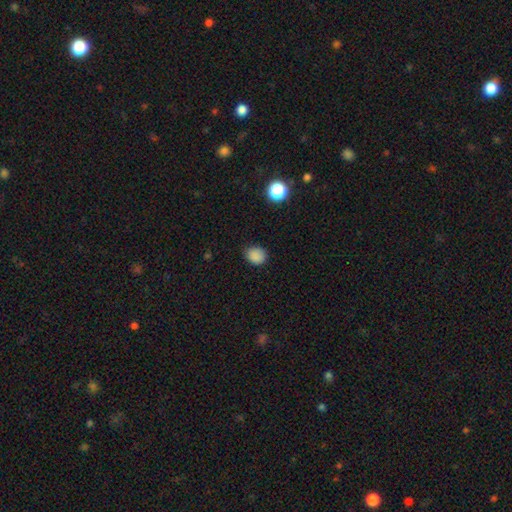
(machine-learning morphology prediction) type=smooth (85%); roundness=round (57%); merging=none (79%).